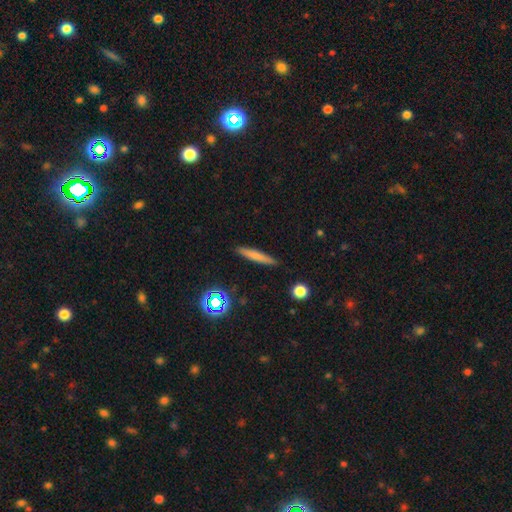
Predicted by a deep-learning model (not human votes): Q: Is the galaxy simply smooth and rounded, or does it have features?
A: smooth — 69%.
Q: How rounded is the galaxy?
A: cigar-shaped — 92%.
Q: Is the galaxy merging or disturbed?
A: none — 89%.